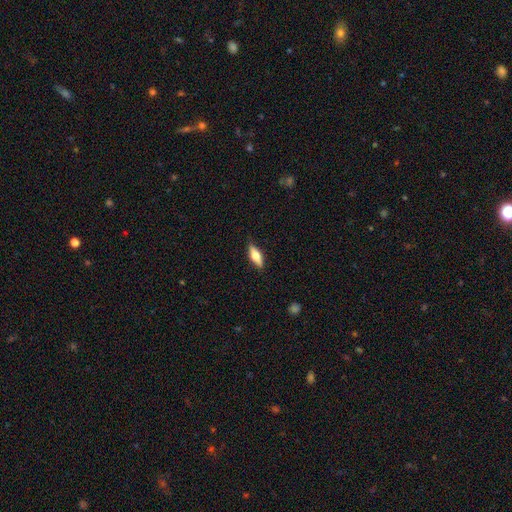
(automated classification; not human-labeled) smooth 60%, featured or disk 34%, star or artifact 6%. Down the decision tree: how rounded — in between (61%); merging — none (85%).